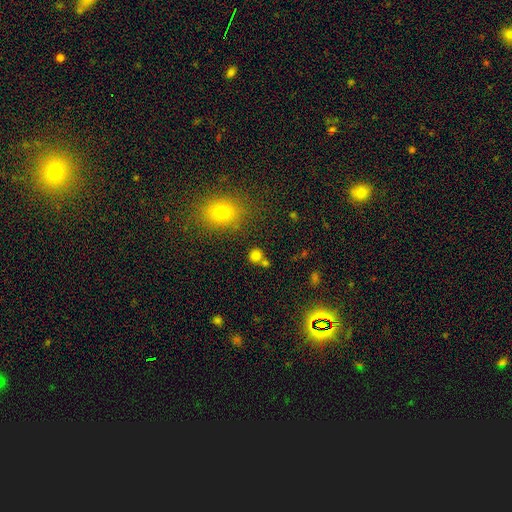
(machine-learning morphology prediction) This is likely a smooth galaxy (78%). How rounded: clearly round (84%). Merging: likely none (66%).